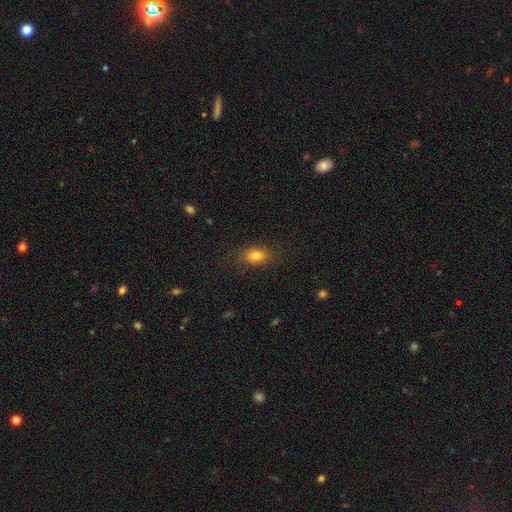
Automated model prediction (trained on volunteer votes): Morphology: type=smooth (81%); roundness=in between (80%); merging=none (83%).